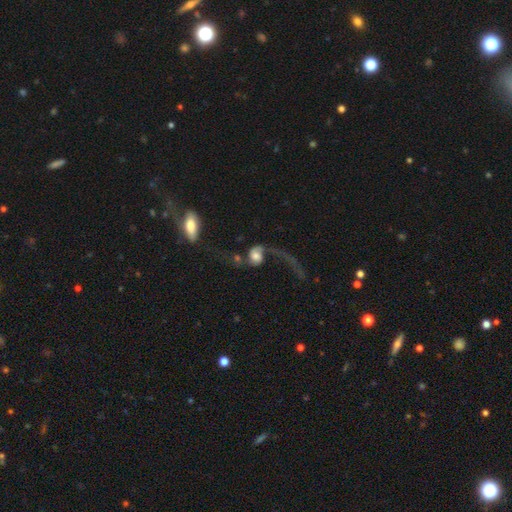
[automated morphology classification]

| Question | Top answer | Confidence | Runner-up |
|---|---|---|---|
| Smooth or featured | featured or disk | 60% | smooth (32%) |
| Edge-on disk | no | 95% | yes (5%) |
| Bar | no | 70% | weak (24%) |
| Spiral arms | yes | 81% | no (19%) |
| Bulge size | moderate | 48% | large (26%) |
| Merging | major disturbance | 43% | none (25%) |